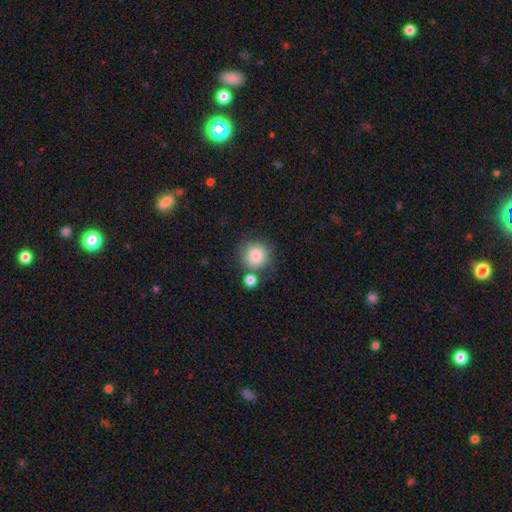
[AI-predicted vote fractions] This is clearly a smooth galaxy (82%). How rounded: clearly round (92%). Merging: likely none (69%).